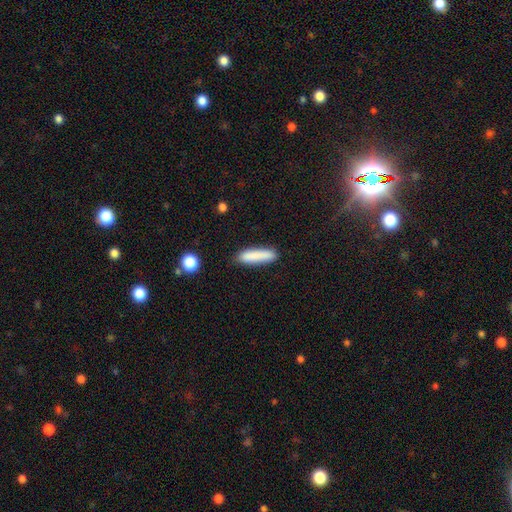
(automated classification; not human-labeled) Q: Smooth or featured?
A: smooth (85%); runner-up: featured or disk (8%)
Q: How rounded?
A: cigar-shaped (80%); runner-up: in between (19%)
Q: Merging?
A: none (84%); runner-up: minor disturbance (11%)